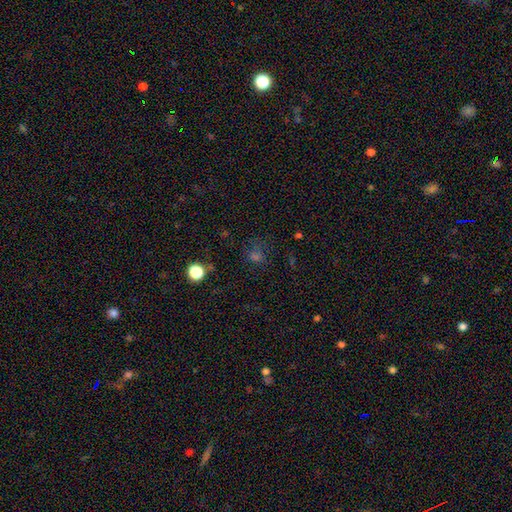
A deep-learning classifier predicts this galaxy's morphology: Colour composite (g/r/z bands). It shows a star or artifact, not a galaxy (45%).